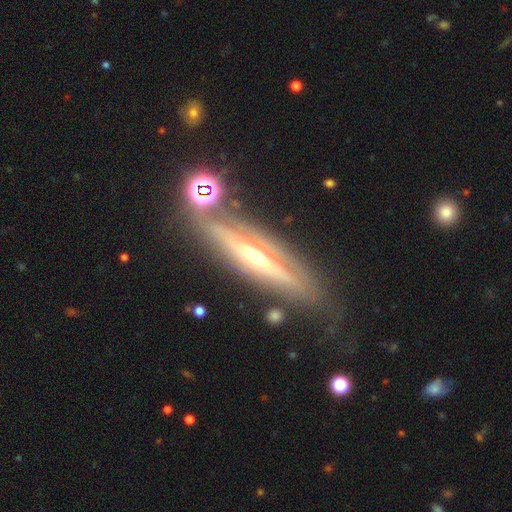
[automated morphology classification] A featured or disk galaxy (82%) viewed edge-on (86%) with a rounded central bulge (82%).

Vote fractions:
- Smooth or featured? featured or disk: 82% / smooth: 11% / star or artifact: 7%
- Edge-on disk? yes: 86% / no: 14%
- Edge-on bulge? rounded: 82% / none: 13% / boxy: 4%
- Merging? none: 72% / minor disturbance: 17% / major disturbance: 6% / merger: 6%